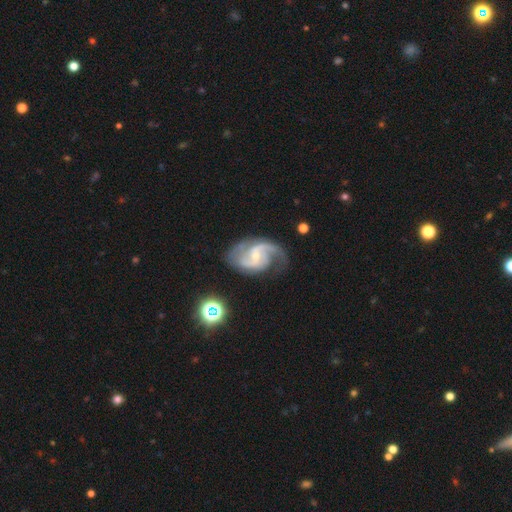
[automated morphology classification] Smooth or featured?
  - featured or disk: 90% *
  - star or artifact: 5%
  - smooth: 5%
Edge-on disk?
  - no: 98% *
  - yes: 2%
Bar?
  - weak: 46% *
  - no: 41%
  - strong: 12%
Spiral arms?
  - yes: 97% *
  - no: 3%
Spiral winding?
  - medium: 54% *
  - loose: 28%
  - tight: 17%
Spiral arm count?
  - 2: 81% *
  - 3: 6%
  - can't tell: 6%
  - 1: 4%
  - 4: 2%
  - more than 4: 2%
Bulge size?
  - small: 62% *
  - moderate: 33%
  - none: 2%
  - large: 1%
  - dominant: 1%
Merging?
  - none: 64% *
  - minor disturbance: 21%
  - major disturbance: 13%
  - merger: 2%